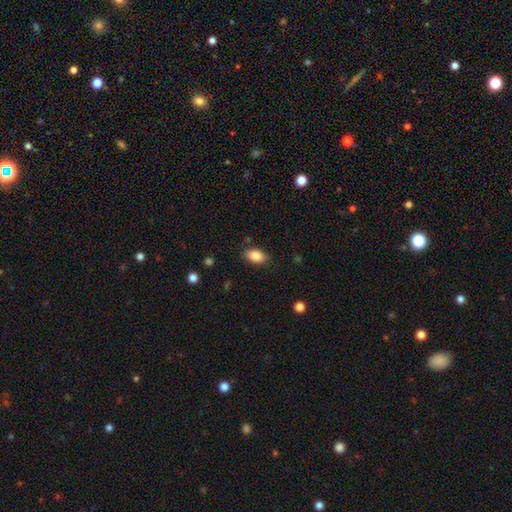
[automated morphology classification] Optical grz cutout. It shows a smooth galaxy with no disk features (85%) that is in between round and cigar-shaped (90%). Merging: none (83%).